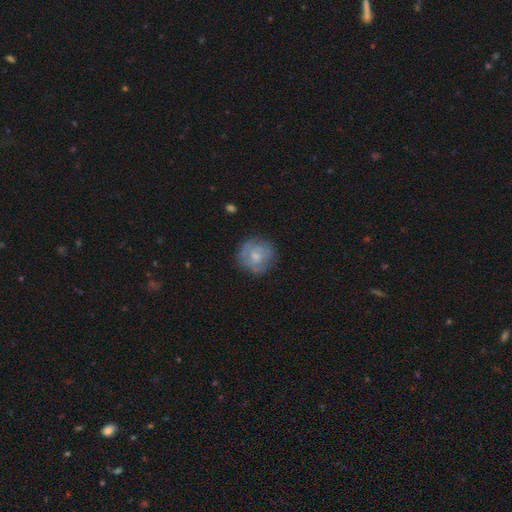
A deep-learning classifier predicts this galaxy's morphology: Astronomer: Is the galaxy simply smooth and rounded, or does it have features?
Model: featured or disk — 47% (runner-up: smooth, 46%).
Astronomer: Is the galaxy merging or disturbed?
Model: none — 73%.